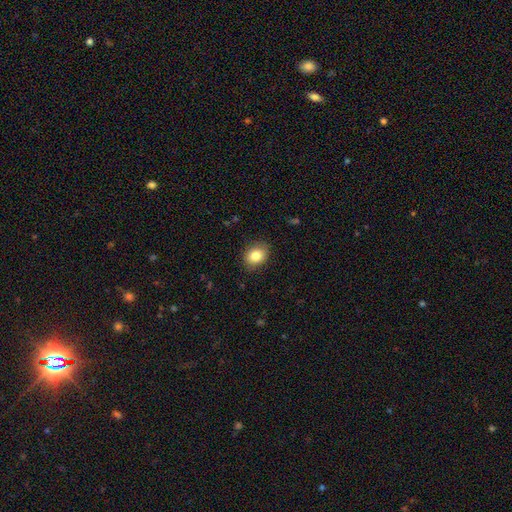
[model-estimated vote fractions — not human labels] Smooth or featured?
  - smooth: 84% *
  - star or artifact: 8%
  - featured or disk: 8%
How rounded?
  - in between: 54% *
  - round: 45%
  - cigar-shaped: 1%
Merging?
  - none: 84% *
  - minor disturbance: 12%
  - major disturbance: 3%
  - merger: 1%